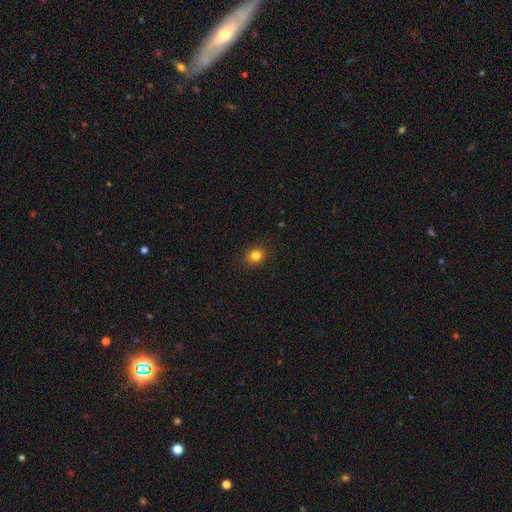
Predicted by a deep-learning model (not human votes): A smooth galaxy with no disk features (83%) that is round (72%). Merging: none (90%).